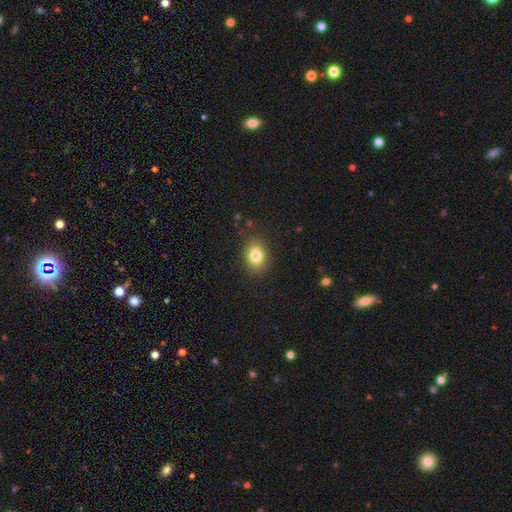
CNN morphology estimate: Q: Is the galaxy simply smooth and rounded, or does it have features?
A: smooth — 82%.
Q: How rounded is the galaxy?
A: in between — 62%.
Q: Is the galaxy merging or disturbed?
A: none — 86%.